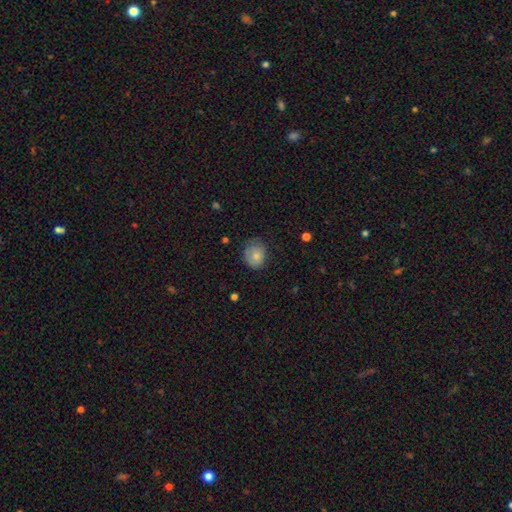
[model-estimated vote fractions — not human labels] smooth-or-featured: smooth: 79% | featured or disk: 13% | star or artifact: 8%
  how-rounded: round: 66% | in between: 34% | cigar-shaped: 1%
  merging: none: 63% | minor disturbance: 28% | major disturbance: 7% | merger: 1%